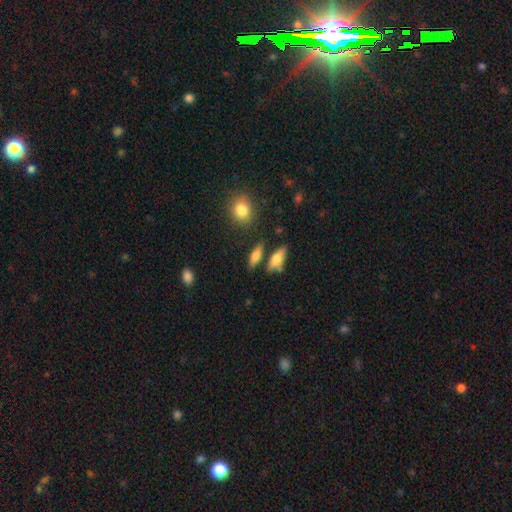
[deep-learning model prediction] smooth 73%, featured or disk 19%, star or artifact 8%. Down the decision tree: how rounded — in between (54%); merging — none (73%).